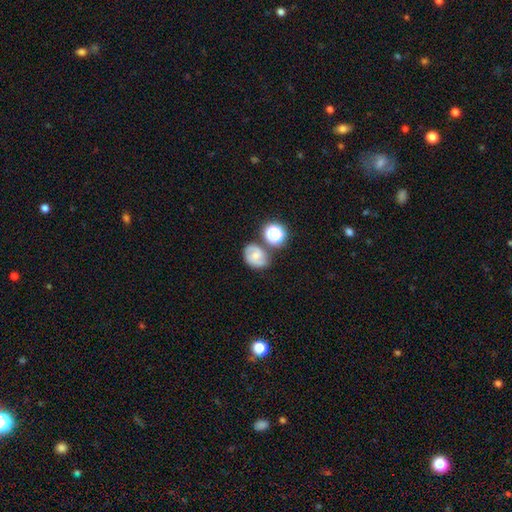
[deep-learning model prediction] A featured or disk galaxy (55%) with no bar (52%), spiral arms (87%) and a small central bulge (48%).

Vote fractions:
- Smooth or featured? featured or disk: 55% / smooth: 33% / star or artifact: 12%
- Edge-on disk? no: 97% / yes: 3%
- Bar? no: 52% / weak: 38% / strong: 9%
- Spiral arms? yes: 87% / no: 13%
- Bulge size? small: 48% / moderate: 38% / none: 9% / large: 4% / dominant: 2%
- Merging? none: 63% / minor disturbance: 18% / merger: 13% / major disturbance: 6%